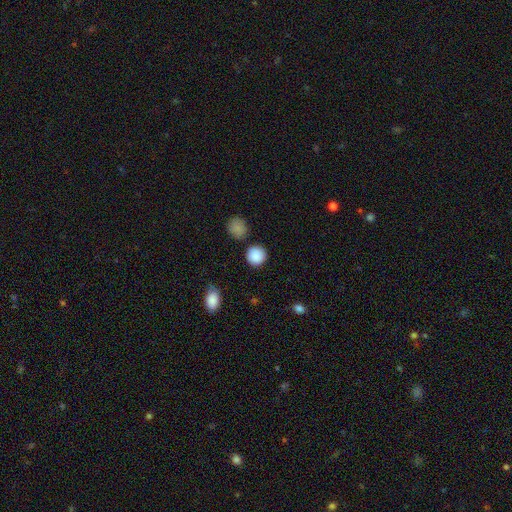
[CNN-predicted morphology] A smooth galaxy with no disk features (88%) that is round (92%). Merging: none (84%).